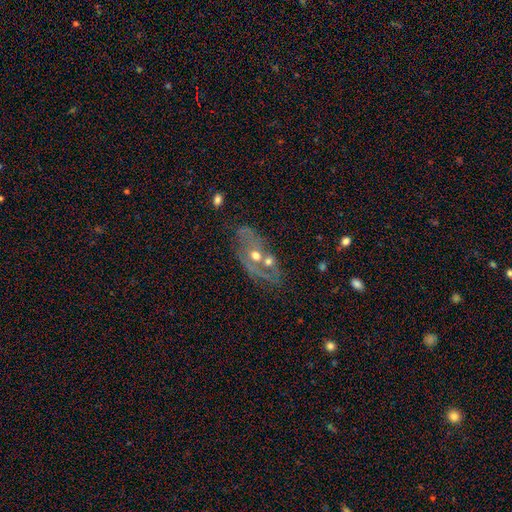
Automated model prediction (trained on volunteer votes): smooth_or_featured: featured or disk (p=0.59) [alt: smooth p=0.30]
disk_edge_on: no (p=0.90) [alt: yes p=0.10]
bar: no (p=0.82) [alt: weak p=0.13]
has_spiral_arms: no (p=0.60) [alt: yes p=0.40]
bulge_size: moderate (p=0.73) [alt: small p=0.17]
merging: none (p=0.41) [alt: merger p=0.33]